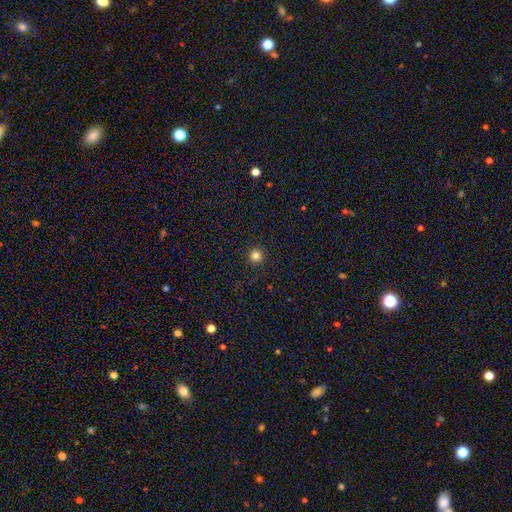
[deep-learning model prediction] The model was most divided on "smooth or featured": smooth: 82%, star or artifact: 14%, featured or disk: 4%. More confident: how rounded — round (95%); merging — none (91%).